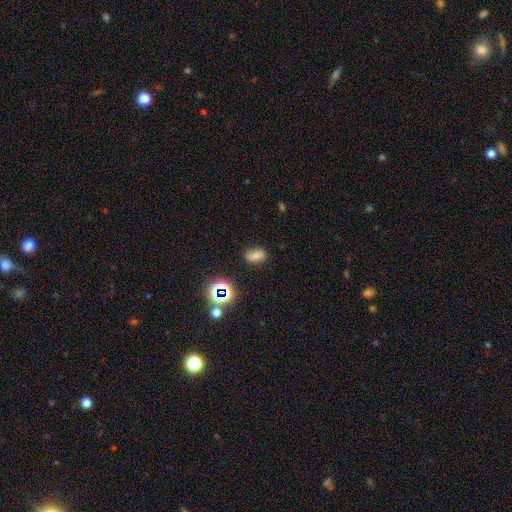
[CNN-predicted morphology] Smooth or featured?
  - smooth: 68% *
  - star or artifact: 20%
  - featured or disk: 12%
How rounded?
  - in between: 82% *
  - round: 14%
  - cigar-shaped: 4%
Merging?
  - none: 79% *
  - minor disturbance: 15%
  - major disturbance: 4%
  - merger: 2%